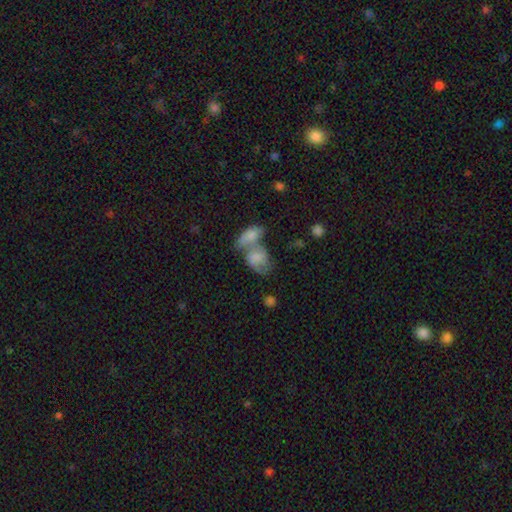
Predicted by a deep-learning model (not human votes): smooth_or_featured: smooth (p=0.58) [alt: featured or disk p=0.33]
how_rounded: in between (p=0.78) [alt: round p=0.18]
merging: merger (p=0.62) [alt: none p=0.22]